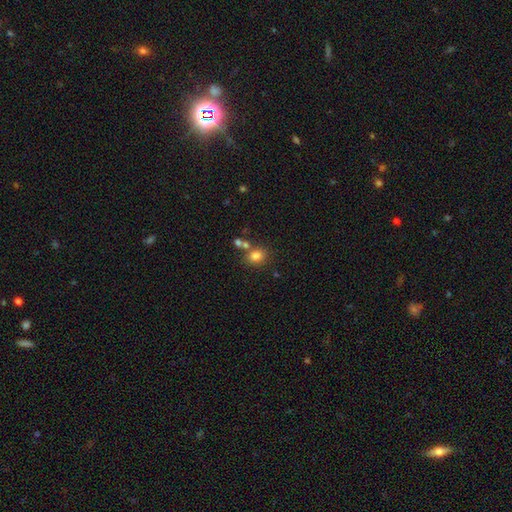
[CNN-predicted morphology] Overall: smooth (80%). How rounded: round (56%; in between 43%). Merging: none (64%).